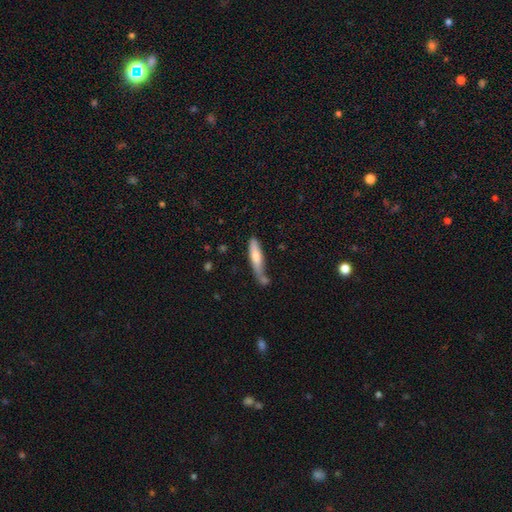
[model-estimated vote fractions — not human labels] This is likely a smooth galaxy (66%). How rounded: likely cigar-shaped (79%). Merging: possibly none (46%).